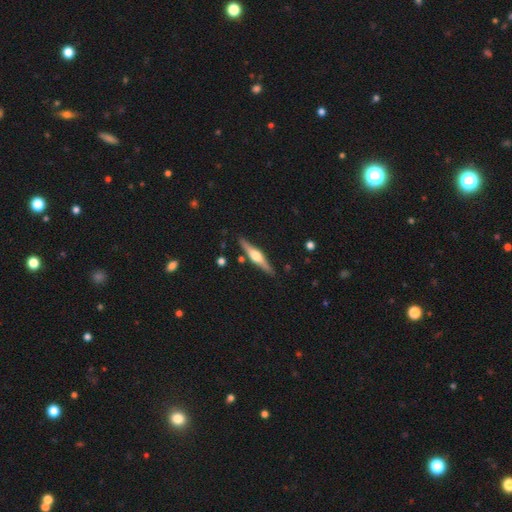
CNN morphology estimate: Q: Smooth or featured?
A: featured or disk (70%); runner-up: smooth (25%)
Q: Edge-on disk?
A: yes (97%); runner-up: no (3%)
Q: Edge-on bulge?
A: rounded (91%); runner-up: boxy (7%)
Q: Merging?
A: none (87%); runner-up: minor disturbance (8%)